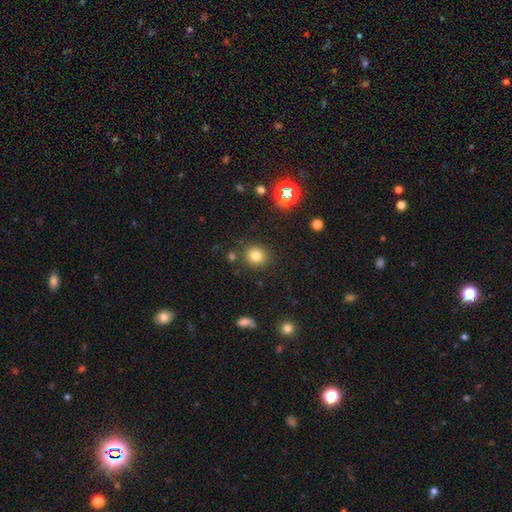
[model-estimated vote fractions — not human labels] smooth-or-featured: smooth: 79% | star or artifact: 14% | featured or disk: 7%
  how-rounded: round: 88% | in between: 11% | cigar-shaped: 1%
  merging: none: 86% | minor disturbance: 8% | merger: 4% | major disturbance: 3%